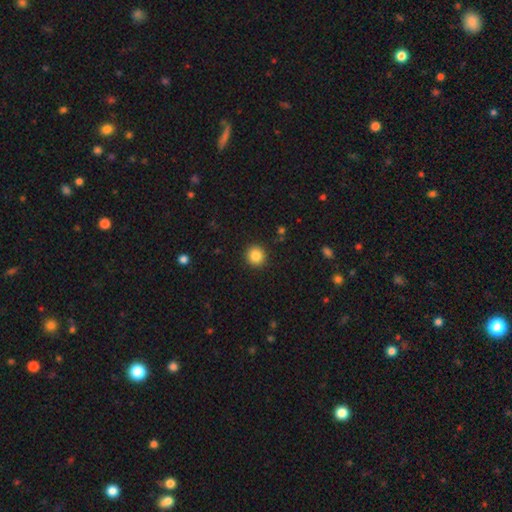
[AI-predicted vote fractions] Smooth or featured? Predicted: smooth (p=0.86). How rounded? Predicted: round (p=0.93). Merging? Predicted: none (p=0.92).